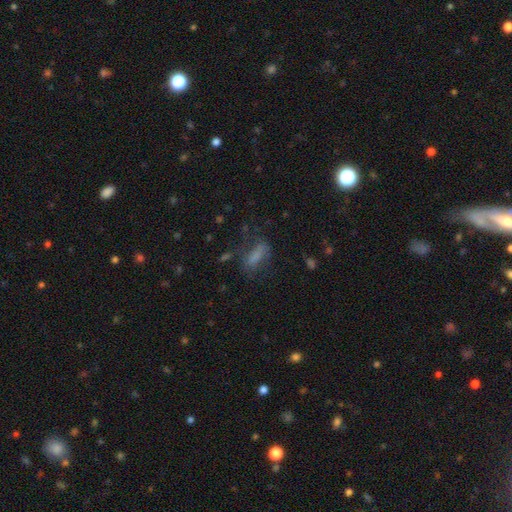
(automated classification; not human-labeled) A smooth galaxy with no disk features (67%) that is in between round and cigar-shaped (67%). Merging: none (53%).